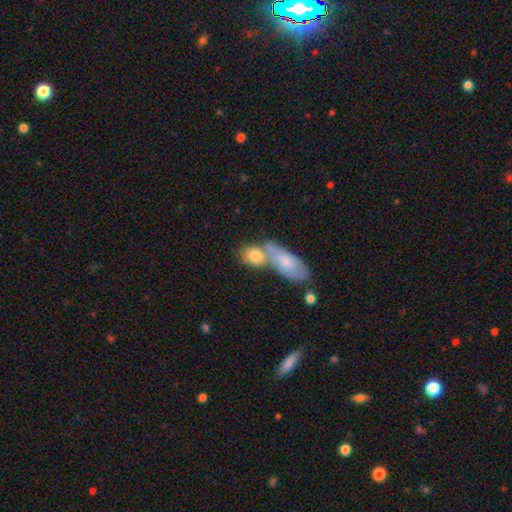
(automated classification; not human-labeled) A smooth galaxy with no disk features (78%) that is in between round and cigar-shaped (64%). Merging: merger (51%).